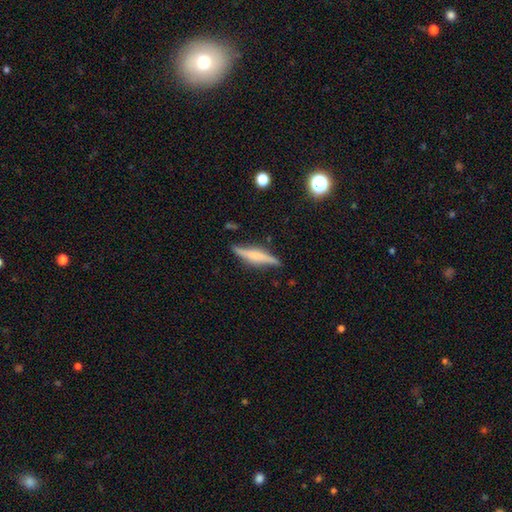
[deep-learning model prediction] Smooth or featured? featured or disk (57%)
Edge-on disk? yes (93%)
Edge-on bulge? rounded (47%)
Merging? none (79%)